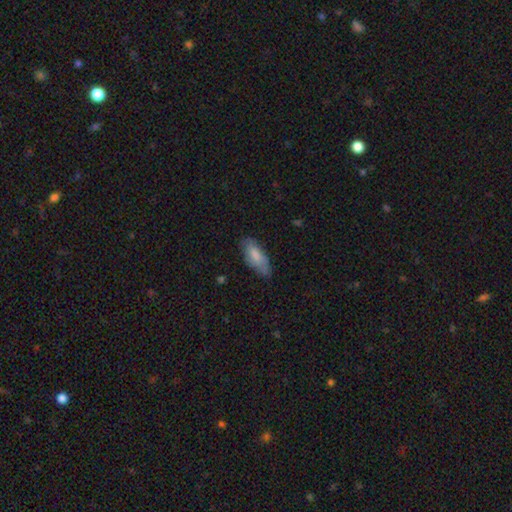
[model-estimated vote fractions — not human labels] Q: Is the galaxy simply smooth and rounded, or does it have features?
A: smooth — 76%.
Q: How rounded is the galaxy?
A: in between — 77%.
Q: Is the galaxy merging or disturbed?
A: none — 63%.